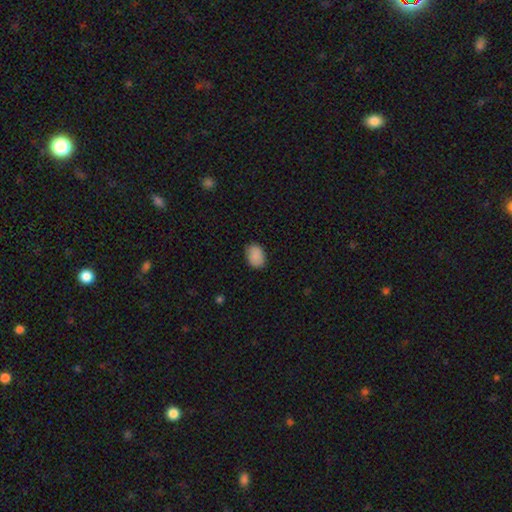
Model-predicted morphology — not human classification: This appears to be a smooth galaxy with no disk features (88%) that is in between round and cigar-shaped (79%). Merging: none (84%).